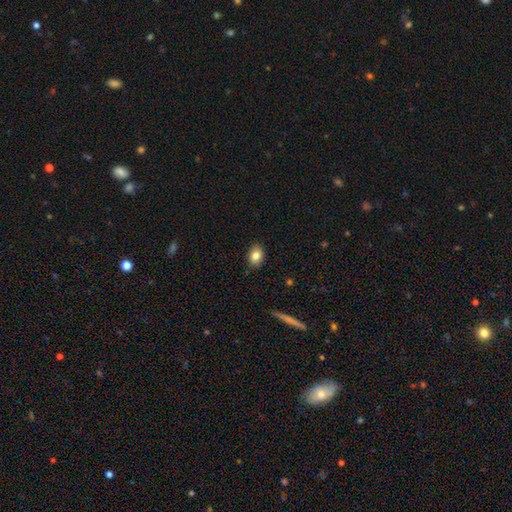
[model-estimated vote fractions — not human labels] Q: Smooth or featured?
A: smooth (81%); runner-up: featured or disk (10%)
Q: How rounded?
A: in between (71%); runner-up: round (27%)
Q: Merging?
A: none (88%); runner-up: minor disturbance (9%)